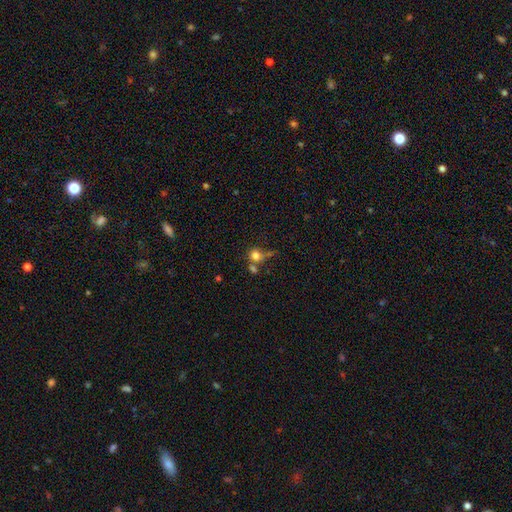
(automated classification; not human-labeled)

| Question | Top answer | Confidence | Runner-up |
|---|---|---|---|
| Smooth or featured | smooth | 76% | star or artifact (13%) |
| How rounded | round | 84% | in between (15%) |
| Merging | none | 46% | merger (30%) |